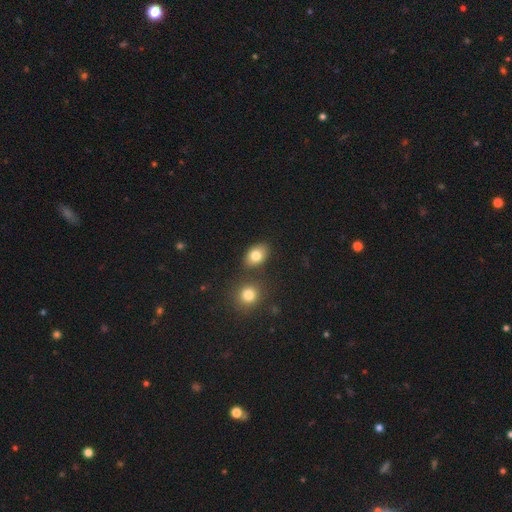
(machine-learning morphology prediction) Smooth or featured: smooth — 81% (featured or disk — 10%)
How rounded: in between — 77% (round — 22%)
Merging: none — 76% (merger — 11%)